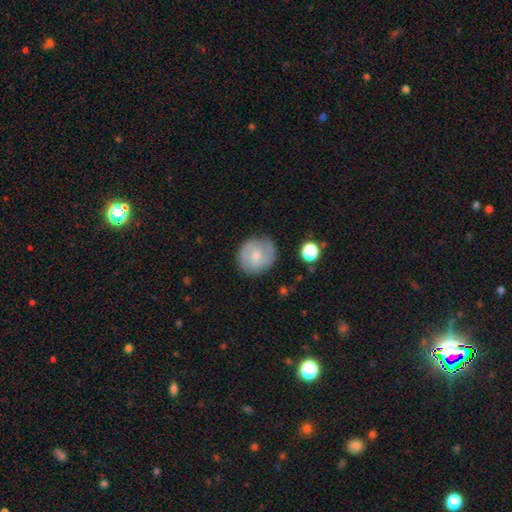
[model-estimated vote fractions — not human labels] Smooth or featured: smooth — 50% (featured or disk — 42%)
How rounded: round — 85% (in between — 14%)
Merging: none — 77% (minor disturbance — 16%)